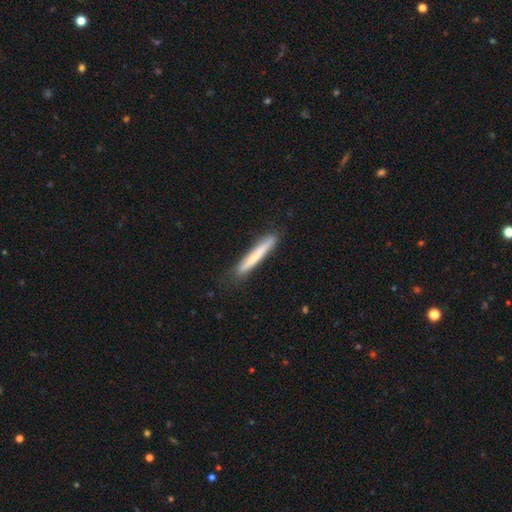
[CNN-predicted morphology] Smooth or featured? Predicted: smooth (p=0.68). How rounded? Predicted: cigar-shaped (p=0.96). Merging? Predicted: none (p=0.85).